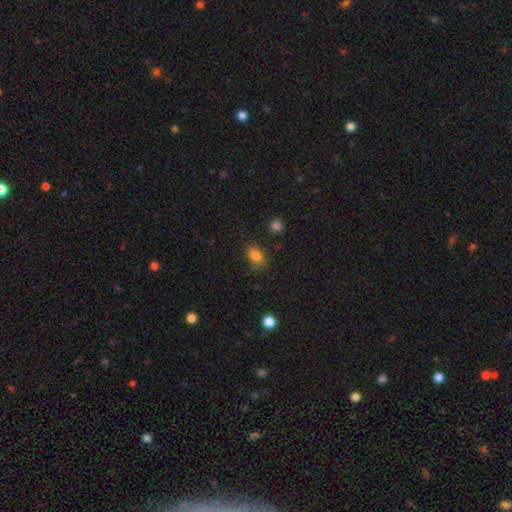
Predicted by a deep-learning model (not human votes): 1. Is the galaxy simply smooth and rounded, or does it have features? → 83% smooth, 11% star or artifact, 6% featured or disk.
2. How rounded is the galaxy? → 81% in between, 17% round, 2% cigar-shaped.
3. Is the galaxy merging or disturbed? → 75% none, 17% minor disturbance, 5% major disturbance, 3% merger.